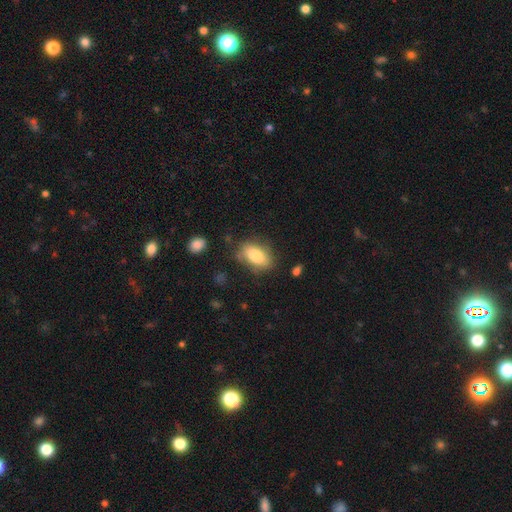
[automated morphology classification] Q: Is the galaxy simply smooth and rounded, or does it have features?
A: smooth — 81%.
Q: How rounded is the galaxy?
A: in between — 90%.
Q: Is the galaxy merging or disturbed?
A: none — 76%.